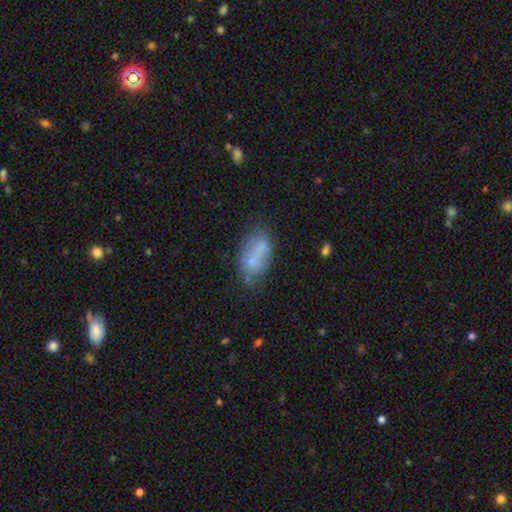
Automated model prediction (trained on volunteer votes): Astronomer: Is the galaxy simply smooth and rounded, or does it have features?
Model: smooth — 58%.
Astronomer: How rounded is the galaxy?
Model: in between — 88%.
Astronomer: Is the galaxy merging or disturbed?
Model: none — 47% (runner-up: minor disturbance, 24%).